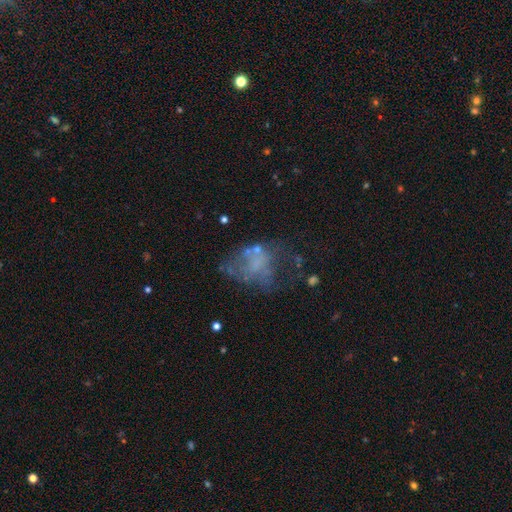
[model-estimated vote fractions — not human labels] Smooth or featured: featured or disk — 50% (smooth — 33%)
Merging: major disturbance — 39% (none — 33%)